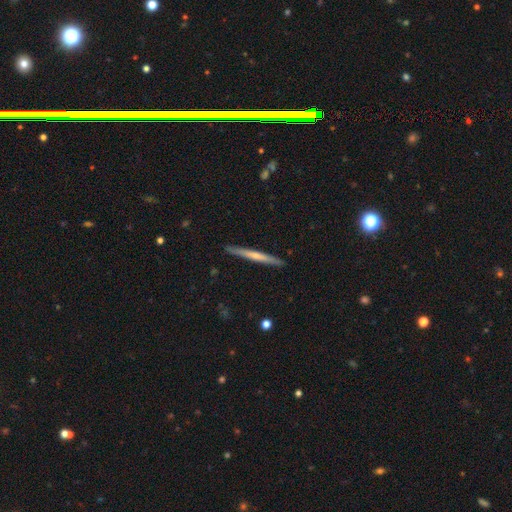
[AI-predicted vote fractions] This appears to be a featured or disk galaxy (49%). Merging: none (90%).